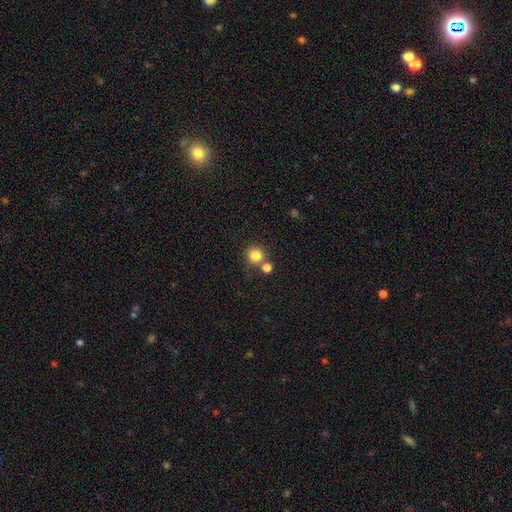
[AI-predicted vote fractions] Smooth or featured? smooth (83%)
How rounded? round (93%)
Merging? none (68%)